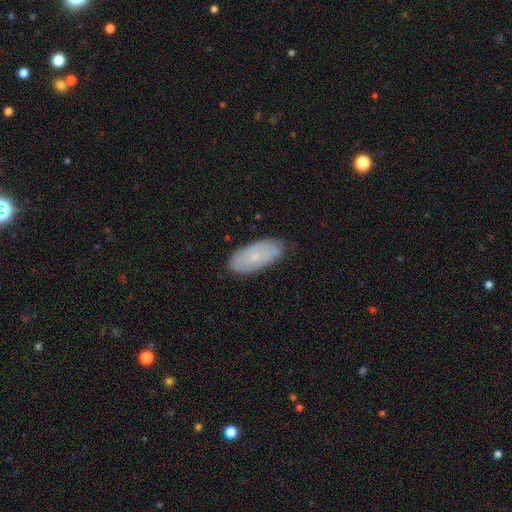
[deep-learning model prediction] smooth_or_featured: smooth (p=0.56) [alt: featured or disk p=0.37]
how_rounded: in between (p=0.89) [alt: cigar-shaped p=0.09]
merging: none (p=0.80) [alt: minor disturbance p=0.16]